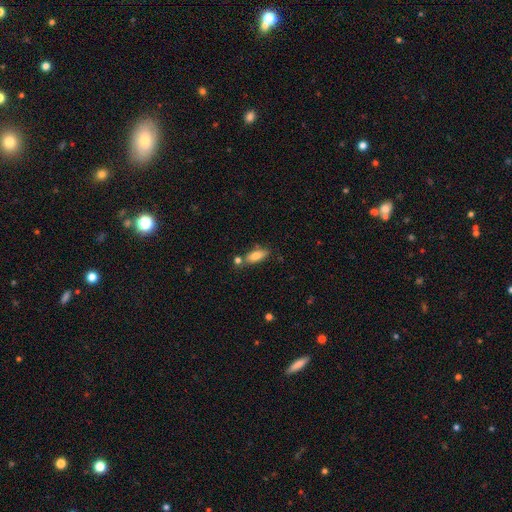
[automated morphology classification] This appears to be a smooth galaxy with no disk features (77%) that is in between round and cigar-shaped (73%). Merging: none (68%).